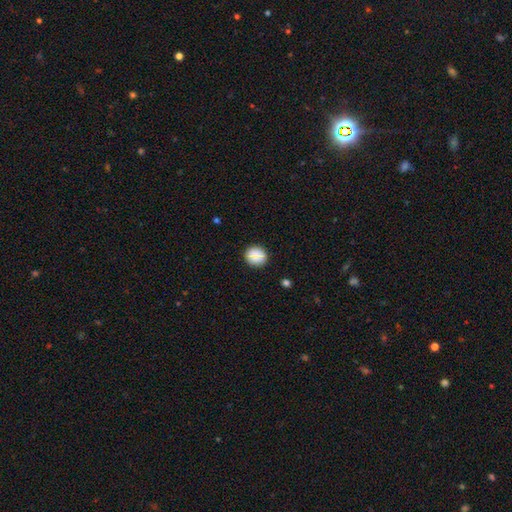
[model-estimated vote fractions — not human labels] This is likely a smooth galaxy (78%). How rounded: clearly round (87%). Merging: clearly none (85%).